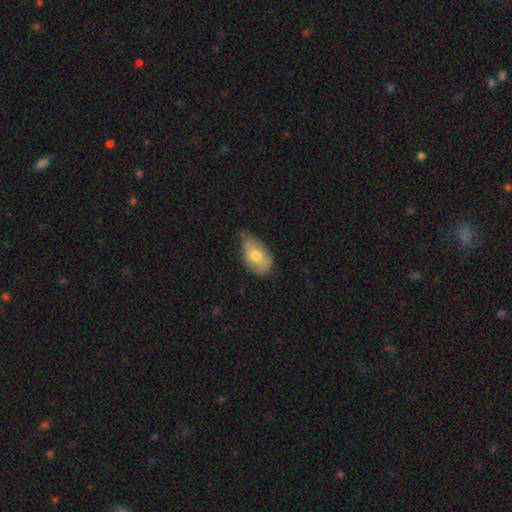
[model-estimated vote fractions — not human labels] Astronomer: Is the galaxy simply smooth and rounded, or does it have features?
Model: smooth — 70%.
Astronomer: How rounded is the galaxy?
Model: in between — 92%.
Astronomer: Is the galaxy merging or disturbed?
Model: none — 57% (runner-up: minor disturbance, 36%).